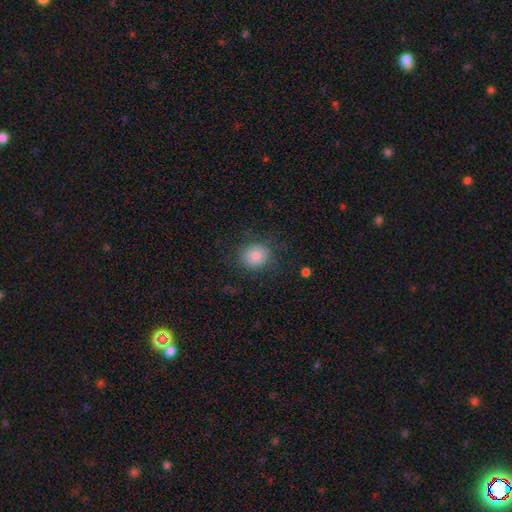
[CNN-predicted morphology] smooth 80%, star or artifact 11%, featured or disk 9%. Down the decision tree: how rounded — round (82%); merging — none (81%).